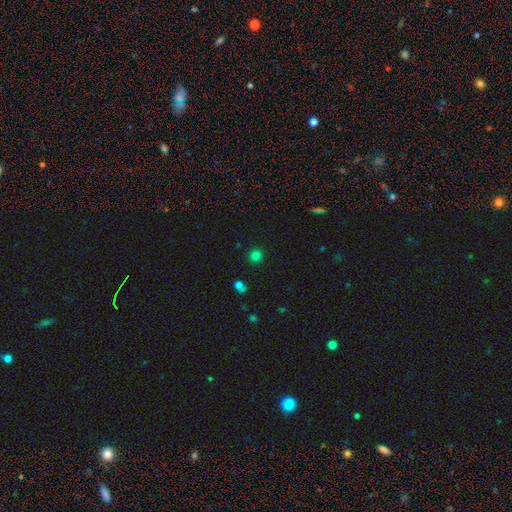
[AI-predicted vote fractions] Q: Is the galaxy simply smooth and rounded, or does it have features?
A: smooth — 79%.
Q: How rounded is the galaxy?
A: round — 94%.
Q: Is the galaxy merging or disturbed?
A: none — 90%.